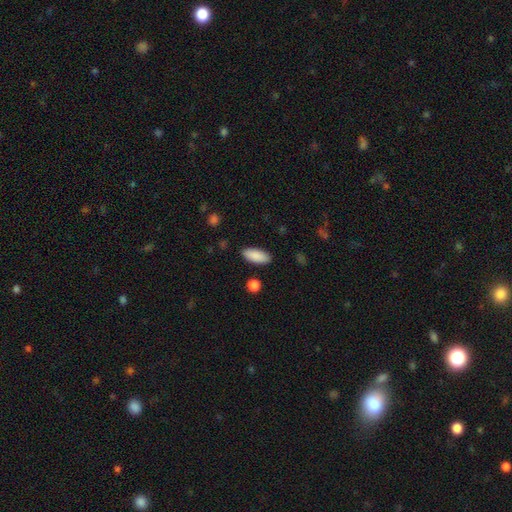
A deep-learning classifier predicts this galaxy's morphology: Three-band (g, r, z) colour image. It shows a smooth galaxy with no disk features (89%) that is in between round and cigar-shaped (84%). Merging: none (88%).